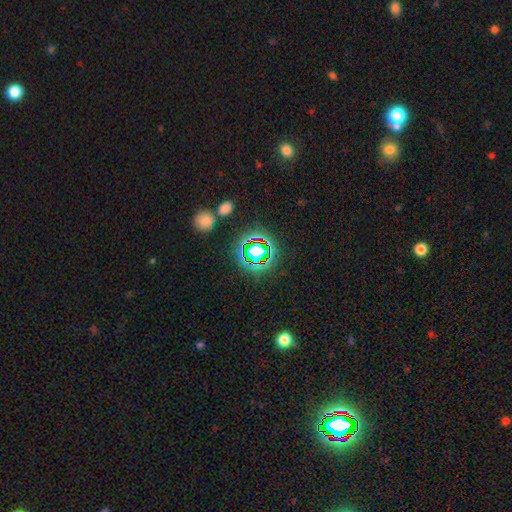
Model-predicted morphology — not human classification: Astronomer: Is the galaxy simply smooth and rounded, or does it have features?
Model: star or artifact — 73%.